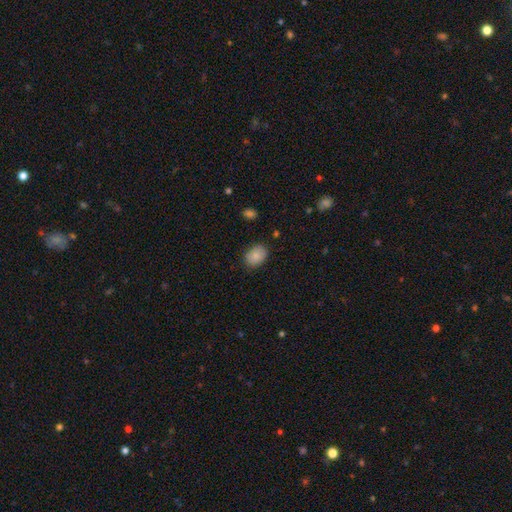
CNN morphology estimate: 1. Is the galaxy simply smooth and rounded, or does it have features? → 86% smooth, 8% star or artifact, 6% featured or disk.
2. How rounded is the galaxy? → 73% in between, 26% round, 1% cigar-shaped.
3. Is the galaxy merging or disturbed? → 82% none, 13% minor disturbance, 3% major disturbance, 1% merger.